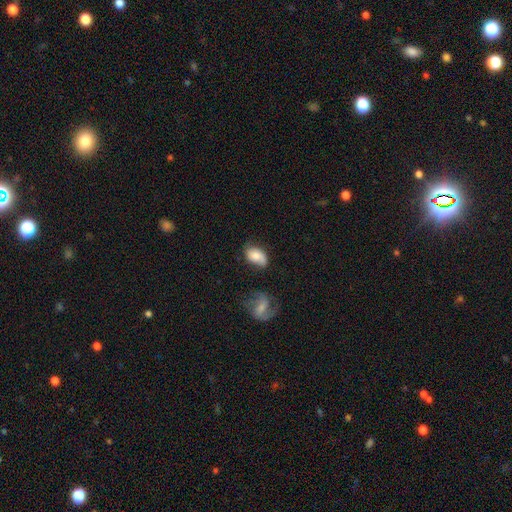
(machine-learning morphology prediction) This appears to be a smooth galaxy with no disk features (70%) that is in between round and cigar-shaped (89%). Merging: none (55%).